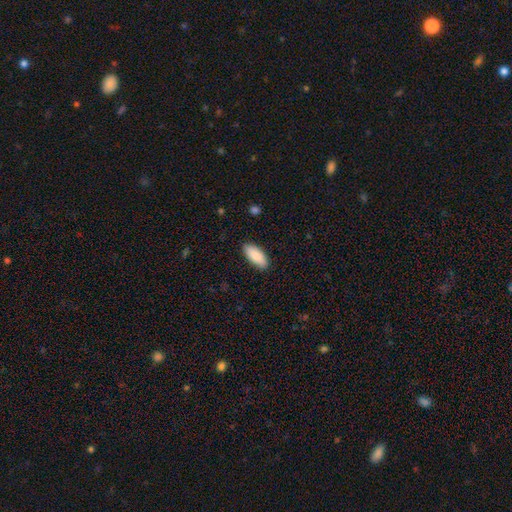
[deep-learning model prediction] A smooth galaxy with no disk features (89%) that is in between round and cigar-shaped (85%). Merging: none (88%).